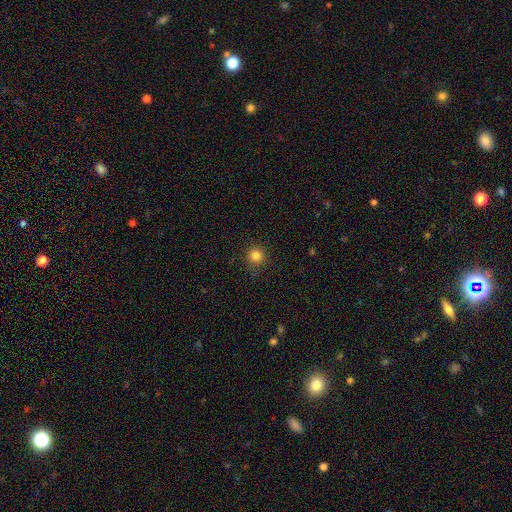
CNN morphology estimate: A smooth galaxy with no disk features (83%) that is round (94%). Merging: none (89%).